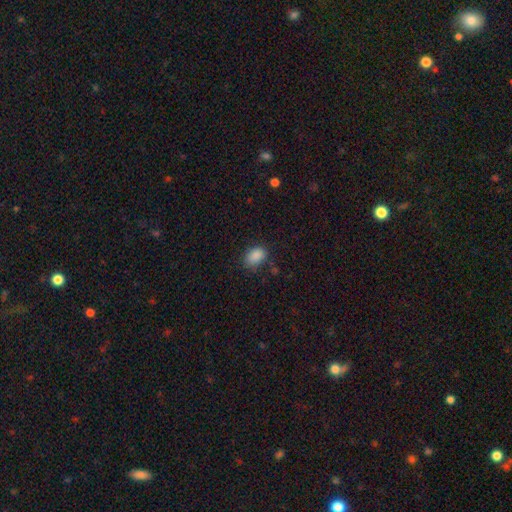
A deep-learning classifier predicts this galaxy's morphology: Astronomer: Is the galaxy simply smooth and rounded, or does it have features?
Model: smooth — 87%.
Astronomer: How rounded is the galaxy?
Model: in between — 86%.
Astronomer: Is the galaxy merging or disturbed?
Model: none — 75%.